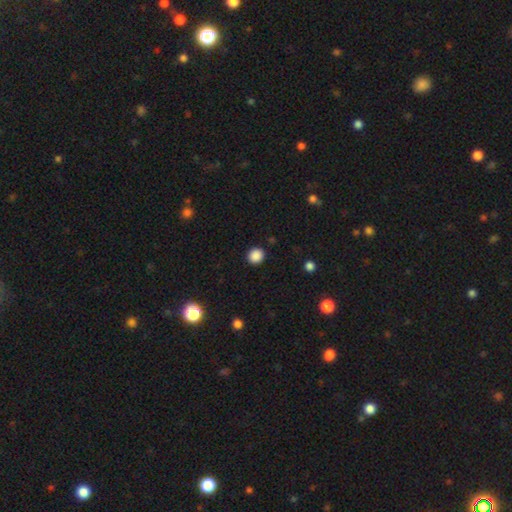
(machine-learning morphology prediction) Smooth or featured?
  - smooth: 87% *
  - star or artifact: 10%
  - featured or disk: 2%
How rounded?
  - round: 89% *
  - in between: 10%
  - cigar-shaped: 1%
Merging?
  - none: 92% *
  - minor disturbance: 5%
  - major disturbance: 2%
  - merger: 1%